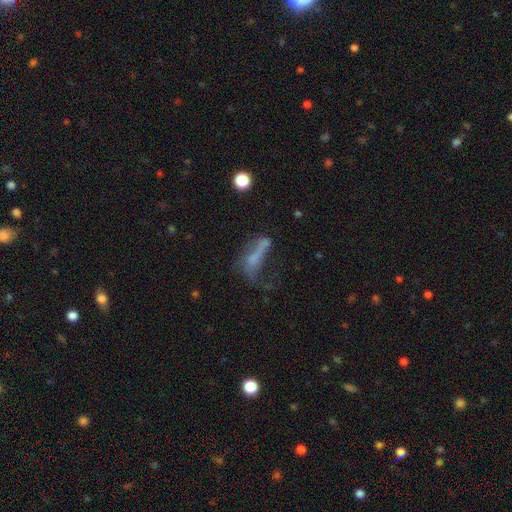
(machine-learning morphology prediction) A featured or disk galaxy (42%). Merging: major disturbance (41%).